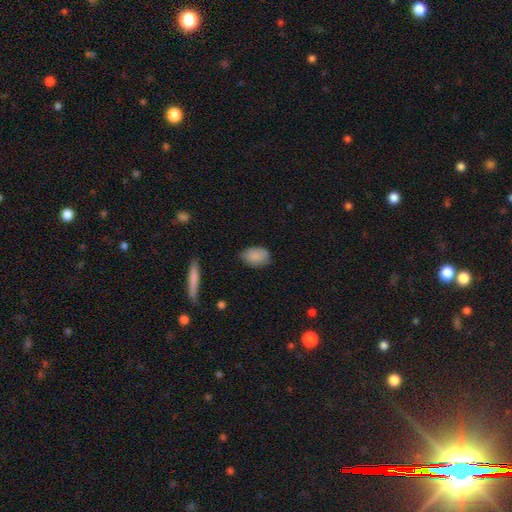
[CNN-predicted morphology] The model was most divided on "merging": none: 74%, minor disturbance: 21%, major disturbance: 4%, merger: 1%. More confident: smooth or featured — smooth (87%); how rounded — in between (85%).